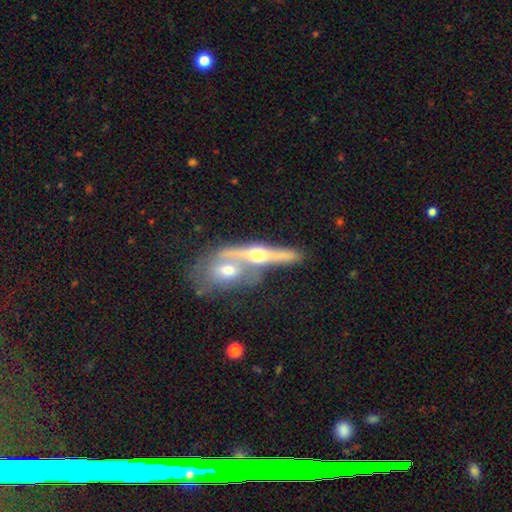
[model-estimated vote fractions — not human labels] This is likely a featured or disk galaxy (61%). It is possibly viewed edge-on (52%). Merging: likely merger (61%).